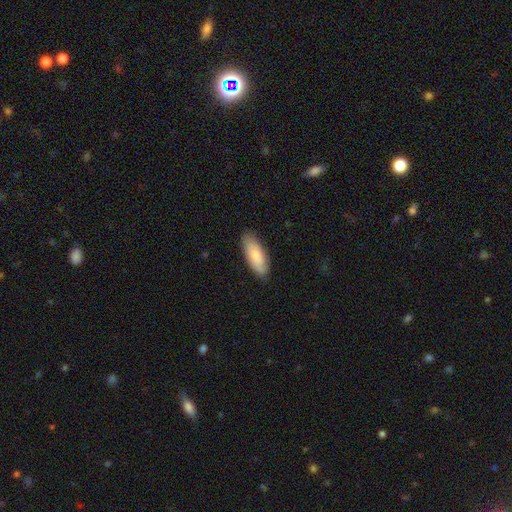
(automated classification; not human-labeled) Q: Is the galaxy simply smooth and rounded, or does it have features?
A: smooth — 82%.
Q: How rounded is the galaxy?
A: in between — 75%.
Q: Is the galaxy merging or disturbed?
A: none — 85%.